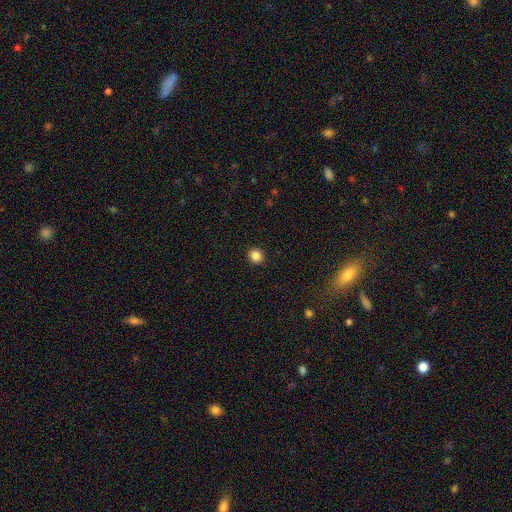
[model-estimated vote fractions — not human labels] Overall: smooth (86%). How rounded: round (88%). Merging: none (93%).